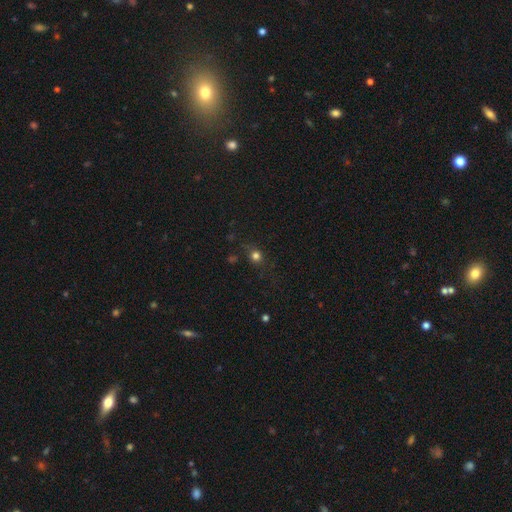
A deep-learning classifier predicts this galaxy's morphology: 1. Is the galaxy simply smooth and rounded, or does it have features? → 73% smooth, 20% star or artifact, 7% featured or disk.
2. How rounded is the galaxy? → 86% round, 12% in between, 1% cigar-shaped.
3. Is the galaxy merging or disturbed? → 80% none, 12% minor disturbance, 5% major disturbance, 2% merger.